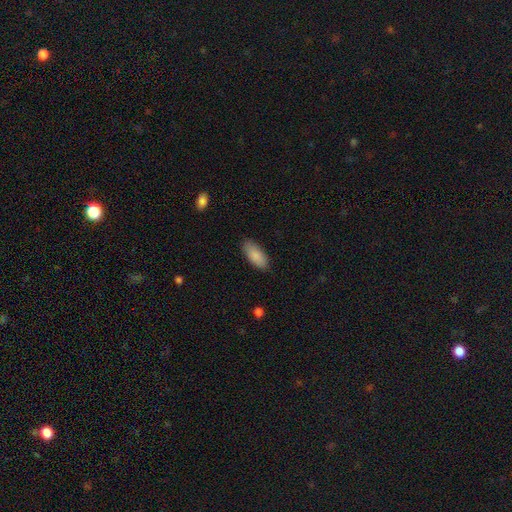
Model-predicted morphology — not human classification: Smooth or featured? smooth (88%)
How rounded? in between (87%)
Merging? none (85%)